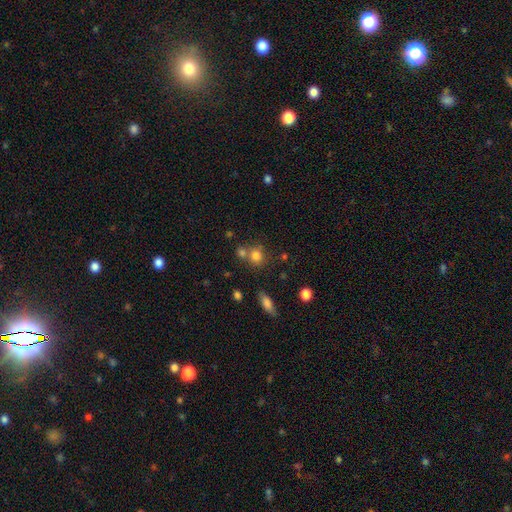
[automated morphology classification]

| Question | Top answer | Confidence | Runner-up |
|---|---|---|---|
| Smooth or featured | smooth | 78% | star or artifact (13%) |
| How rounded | round | 80% | in between (18%) |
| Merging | none | 56% | merger (30%) |